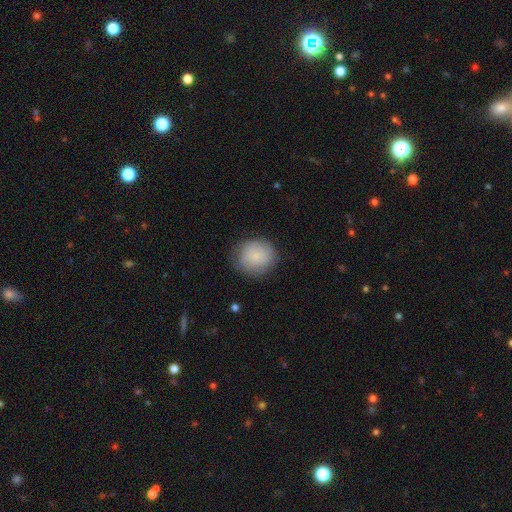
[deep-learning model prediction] A smooth galaxy with no disk features (82%) that is round (82%). Merging: none (78%).